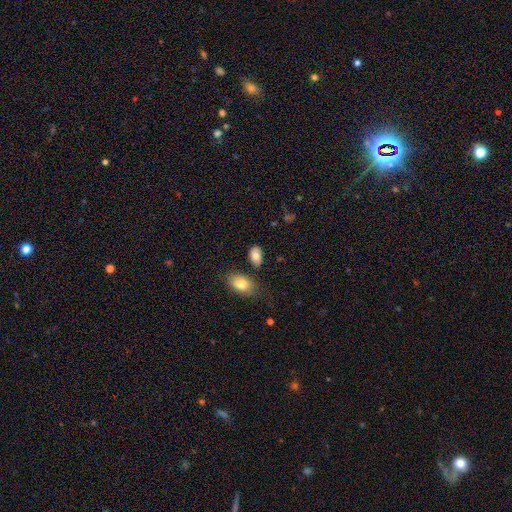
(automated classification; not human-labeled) Smooth or featured?
  - smooth: 82% *
  - featured or disk: 10%
  - star or artifact: 8%
How rounded?
  - in between: 89% *
  - round: 9%
  - cigar-shaped: 2%
Merging?
  - none: 74% *
  - minor disturbance: 14%
  - merger: 8%
  - major disturbance: 4%